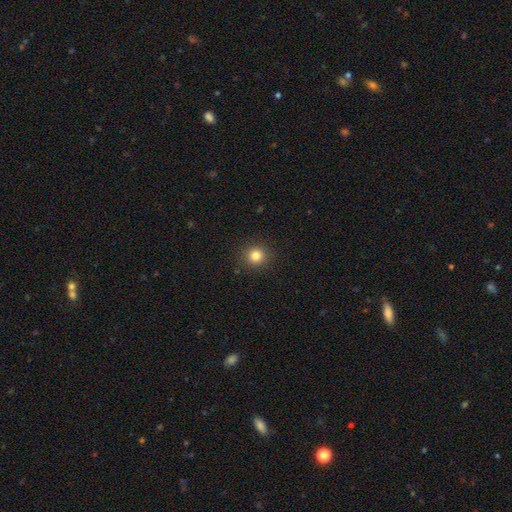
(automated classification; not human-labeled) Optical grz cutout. It shows a smooth galaxy with no disk features (82%) that is round (92%). Merging: none (91%).